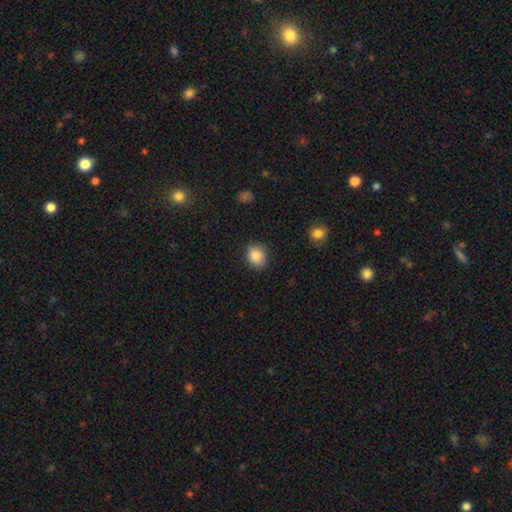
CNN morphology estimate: The model was most divided on "how rounded": round: 69%, in between: 30%, cigar-shaped: 1%. More confident: smooth or featured — smooth (86%); merging — none (84%).